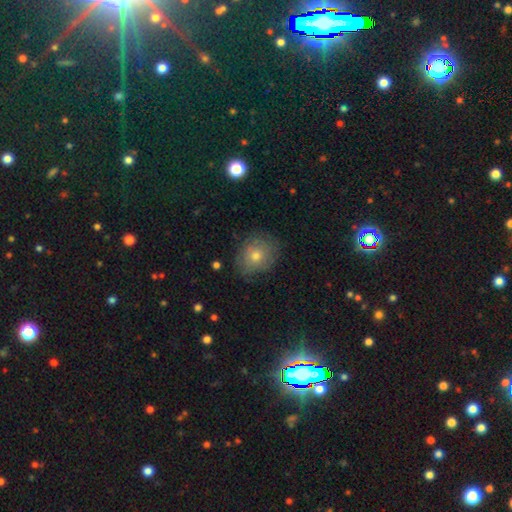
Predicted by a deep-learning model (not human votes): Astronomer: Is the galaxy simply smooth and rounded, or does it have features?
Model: smooth — 60%.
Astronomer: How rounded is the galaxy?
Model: round — 71%.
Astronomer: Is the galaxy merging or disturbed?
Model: none — 78%.